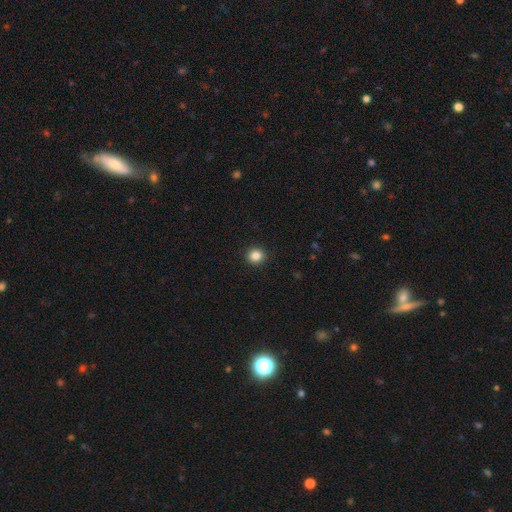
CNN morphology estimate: smooth 85%, star or artifact 11%, featured or disk 4%. Down the decision tree: how rounded — round (90%); merging — none (93%).